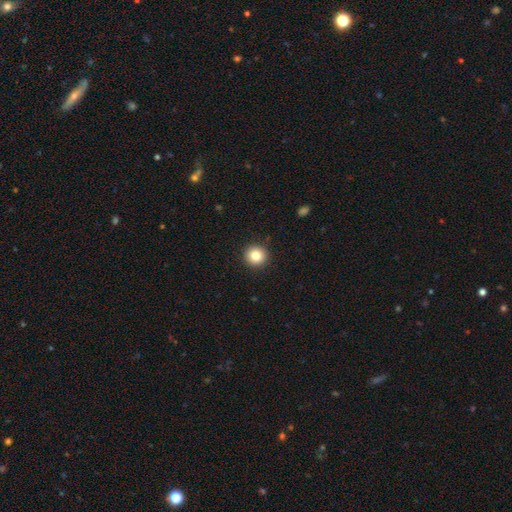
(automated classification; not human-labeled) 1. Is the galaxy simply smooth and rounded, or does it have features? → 84% smooth, 10% star or artifact, 6% featured or disk.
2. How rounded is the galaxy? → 94% round, 5% in between, 1% cigar-shaped.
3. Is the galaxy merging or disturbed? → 92% none, 5% minor disturbance, 2% major disturbance, 1% merger.